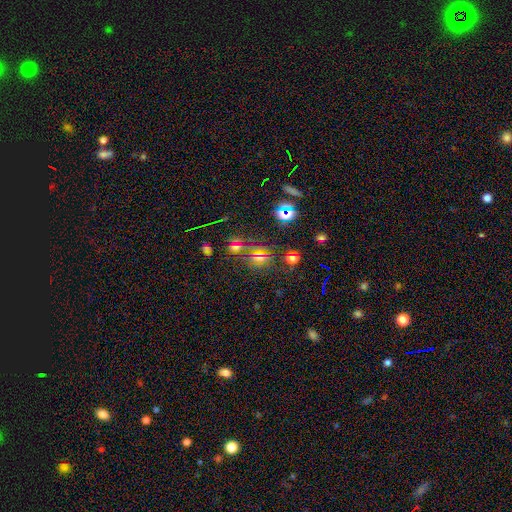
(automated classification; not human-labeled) This appears to be a smooth galaxy with no disk features (46%). Merging: none (57%).